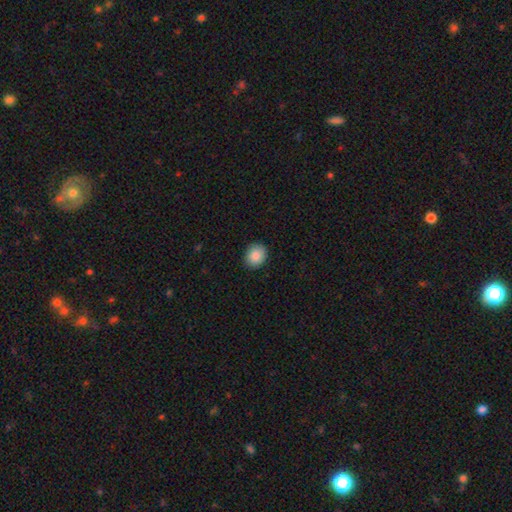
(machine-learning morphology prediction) Smooth or featured?
  - smooth: 88% *
  - star or artifact: 8%
  - featured or disk: 4%
How rounded?
  - round: 64% *
  - in between: 35%
  - cigar-shaped: 1%
Merging?
  - none: 89% *
  - minor disturbance: 8%
  - major disturbance: 2%
  - merger: 1%